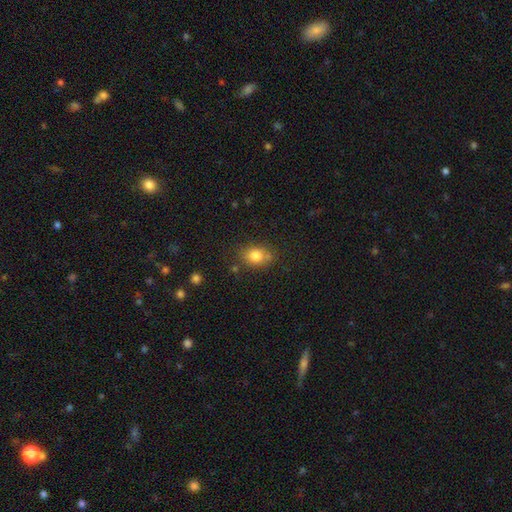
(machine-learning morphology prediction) Smooth or featured? Predicted: smooth (p=0.81). How rounded? Predicted: in between (p=0.65). Merging? Predicted: none (p=0.74).